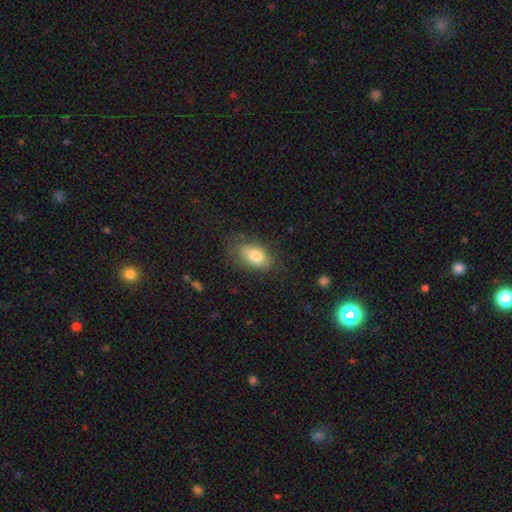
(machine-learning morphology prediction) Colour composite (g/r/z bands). It shows a smooth galaxy with no disk features (77%) that is in between round and cigar-shaped (89%). Merging: none (70%).